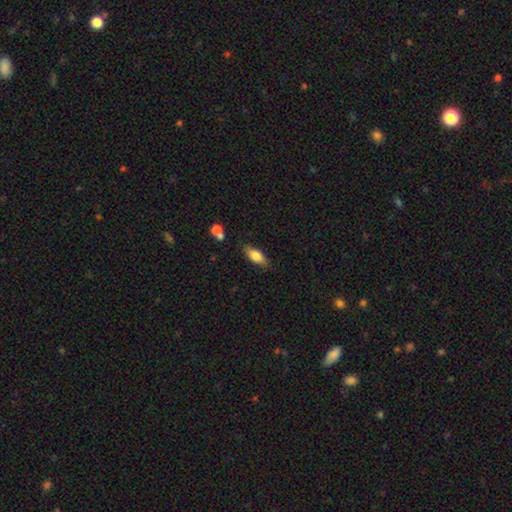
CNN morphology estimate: The model was most divided on "smooth or featured": smooth: 73%, featured or disk: 20%, star or artifact: 7%. More confident: merging — none (79%); how rounded — in between (79%).